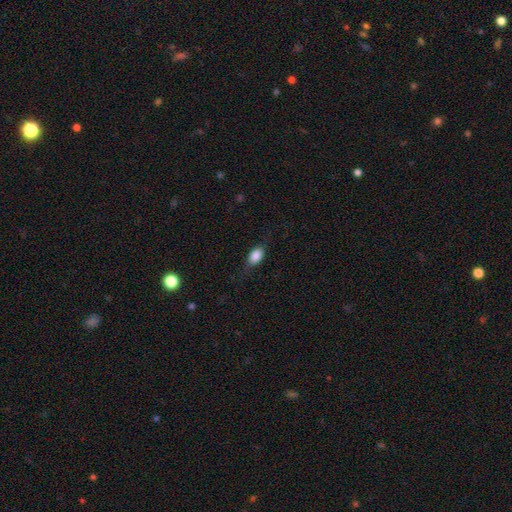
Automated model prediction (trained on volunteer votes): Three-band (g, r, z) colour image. It shows a smooth galaxy with no disk features (82%) that is in between round and cigar-shaped (82%). Merging: none (73%).